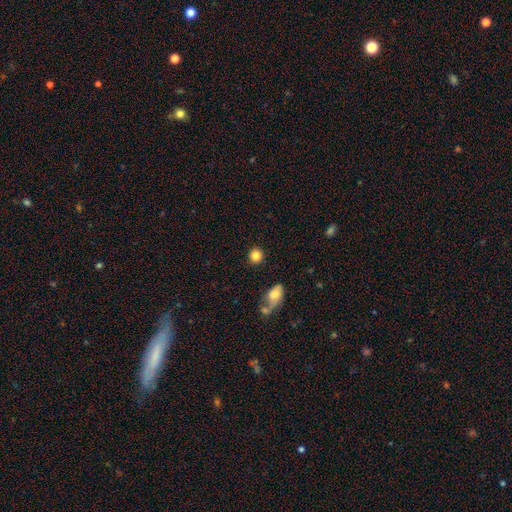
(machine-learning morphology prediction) Smooth or featured?
  - smooth: 85% *
  - star or artifact: 10%
  - featured or disk: 6%
How rounded?
  - round: 87% *
  - in between: 11%
  - cigar-shaped: 1%
Merging?
  - none: 87% *
  - minor disturbance: 7%
  - merger: 3%
  - major disturbance: 3%